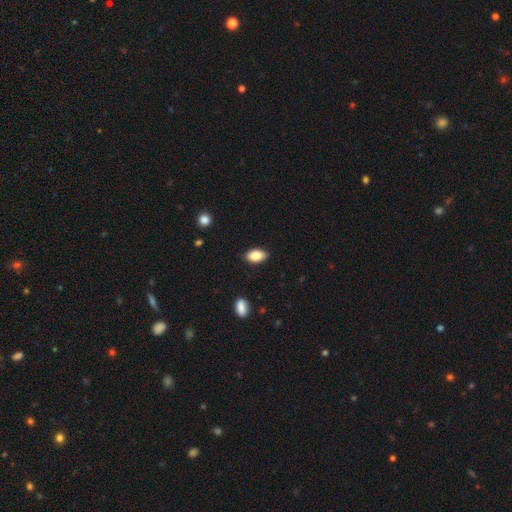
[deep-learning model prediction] Smooth or featured?
  - smooth: 85% *
  - featured or disk: 8%
  - star or artifact: 8%
How rounded?
  - in between: 91% *
  - round: 7%
  - cigar-shaped: 2%
Merging?
  - none: 87% *
  - minor disturbance: 9%
  - major disturbance: 2%
  - merger: 1%